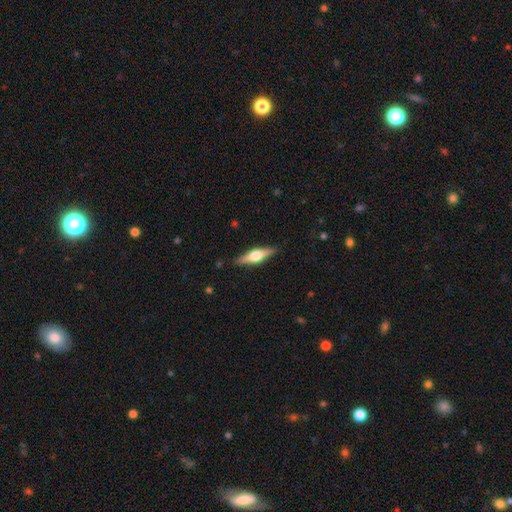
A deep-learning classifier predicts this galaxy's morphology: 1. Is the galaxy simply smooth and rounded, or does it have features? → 62% featured or disk, 33% smooth, 6% star or artifact.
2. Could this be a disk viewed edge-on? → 96% yes, 4% no.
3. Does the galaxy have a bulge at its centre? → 91% rounded, 7% boxy, 2% none.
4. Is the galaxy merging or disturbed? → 88% none, 9% minor disturbance, 2% major disturbance, 1% merger.